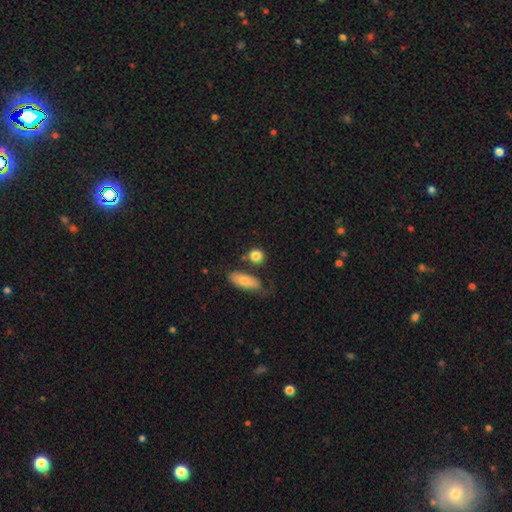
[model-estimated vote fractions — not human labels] smooth 84%, star or artifact 8%, featured or disk 8%. Down the decision tree: how rounded — round (75%); merging — none (68%).